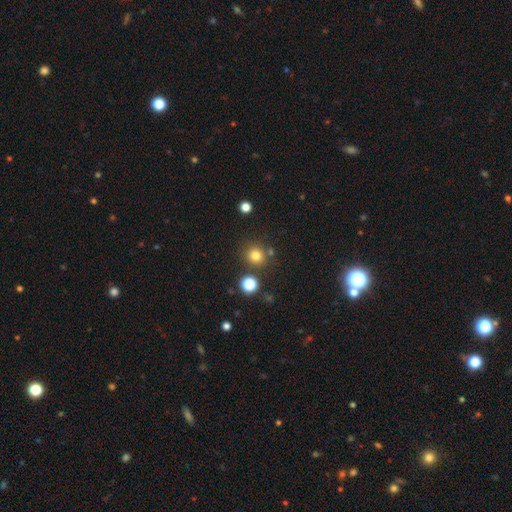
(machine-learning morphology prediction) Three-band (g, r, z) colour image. It shows a smooth galaxy with no disk features (79%) that is round (91%). Merging: none (81%).